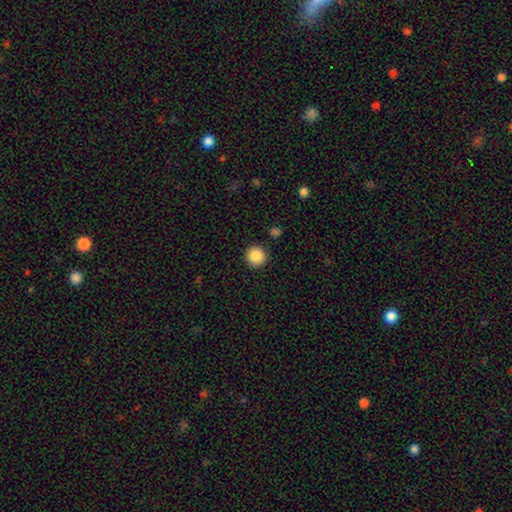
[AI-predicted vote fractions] smooth-or-featured: smooth: 87% | star or artifact: 9% | featured or disk: 4%
  how-rounded: round: 95% | in between: 4% | cigar-shaped: 1%
  merging: none: 92% | minor disturbance: 5% | major disturbance: 2% | merger: 2%